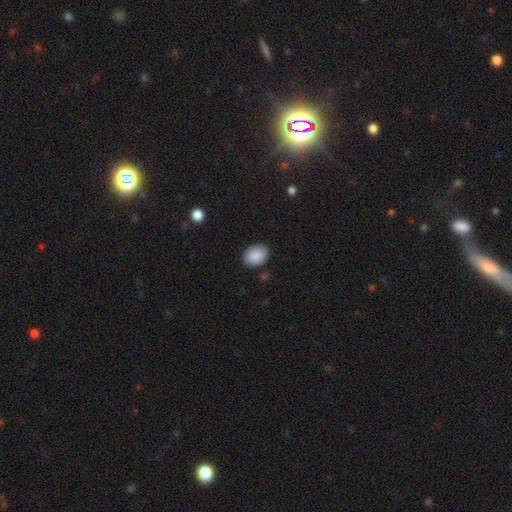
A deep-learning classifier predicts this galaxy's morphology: Smooth or featured? smooth (89%)
How rounded? in between (74%)
Merging? none (84%)